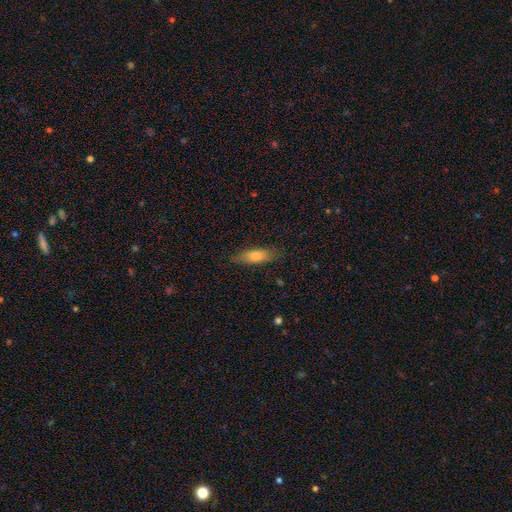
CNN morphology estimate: Overall: smooth (72%). How rounded: in between (51%; cigar-shaped 47%). Merging: none (82%).